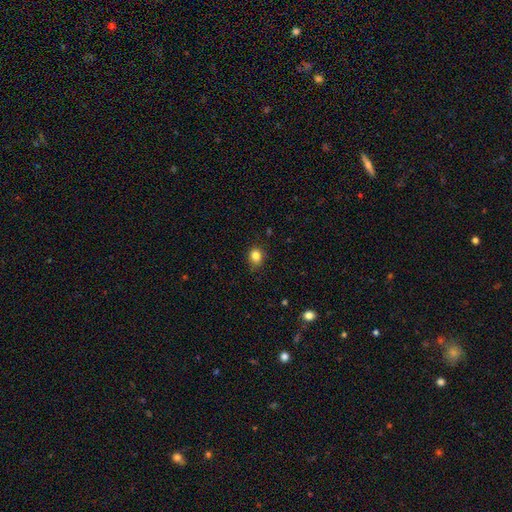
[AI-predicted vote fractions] A smooth galaxy with no disk features (83%) that is round (66%). Merging: none (80%).